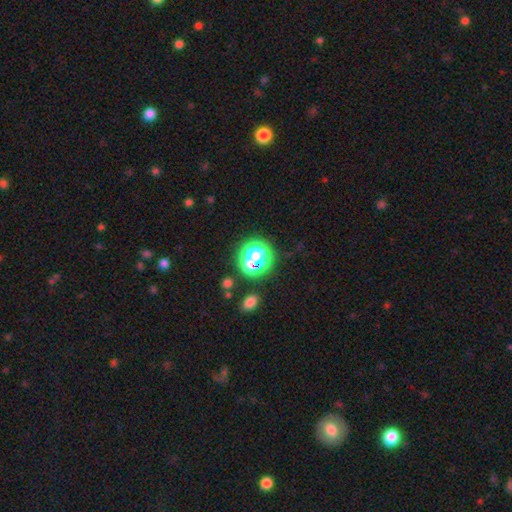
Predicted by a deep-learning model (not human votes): Smooth or featured?
  - smooth: 44% *
  - star or artifact: 42%
  - featured or disk: 14%
Merging?
  - none: 65% *
  - minor disturbance: 14%
  - merger: 12%
  - major disturbance: 9%